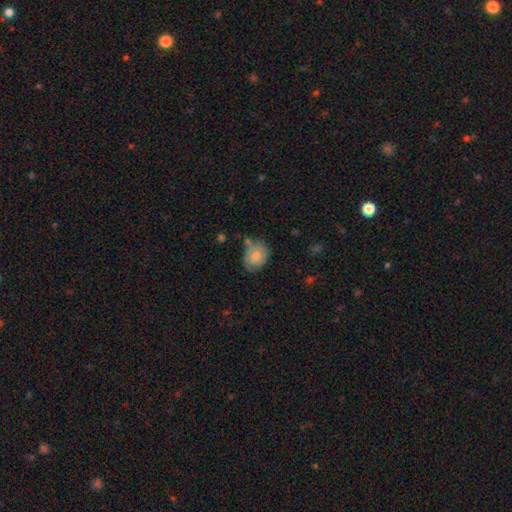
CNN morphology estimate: type=smooth (72%); roundness=in between (54%); merging=none (53%).